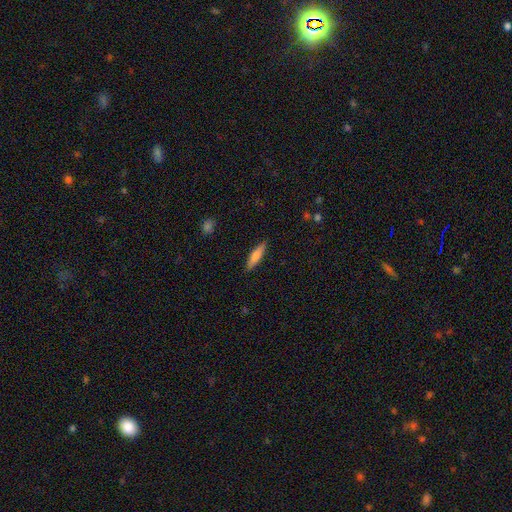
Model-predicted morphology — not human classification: A smooth galaxy with no disk features (70%) that is cigar-shaped (73%). Merging: none (89%).